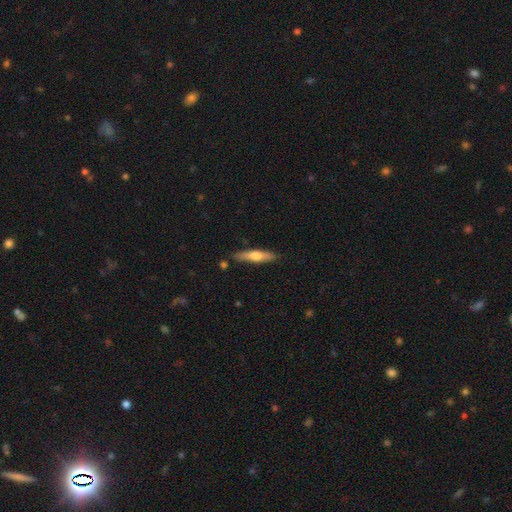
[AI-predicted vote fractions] This is possibly a smooth galaxy (54%). How rounded: clearly cigar-shaped (83%). Merging: clearly none (85%).